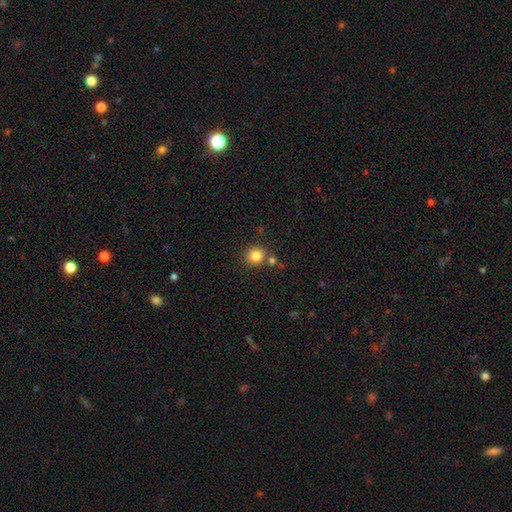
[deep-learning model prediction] A smooth galaxy with no disk features (82%) that is round (88%). Merging: none (74%).